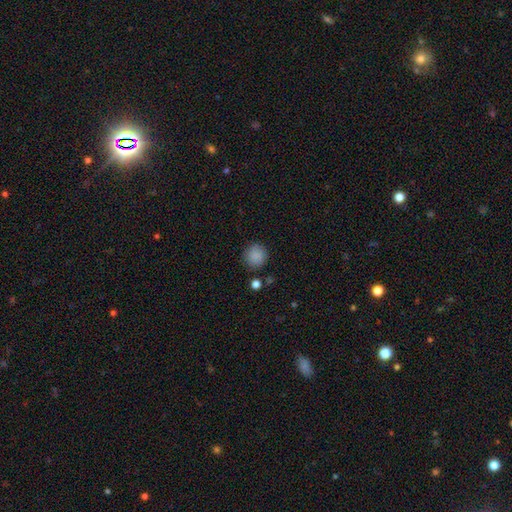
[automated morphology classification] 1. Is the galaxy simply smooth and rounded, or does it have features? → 87% smooth, 9% star or artifact, 4% featured or disk.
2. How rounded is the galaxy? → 90% round, 9% in between, 1% cigar-shaped.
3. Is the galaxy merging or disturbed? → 85% none, 10% minor disturbance, 3% major disturbance, 3% merger.